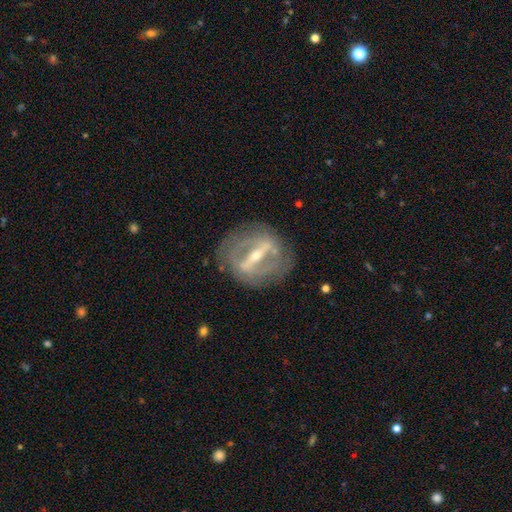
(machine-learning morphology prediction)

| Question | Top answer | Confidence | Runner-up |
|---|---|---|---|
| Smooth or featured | featured or disk | 86% | smooth (8%) |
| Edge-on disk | no | 84% | yes (16%) |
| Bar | strong | 85% | weak (11%) |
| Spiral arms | yes | 55% | no (45%) |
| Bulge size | small | 56% | moderate (40%) |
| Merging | none | 78% | minor disturbance (13%) |